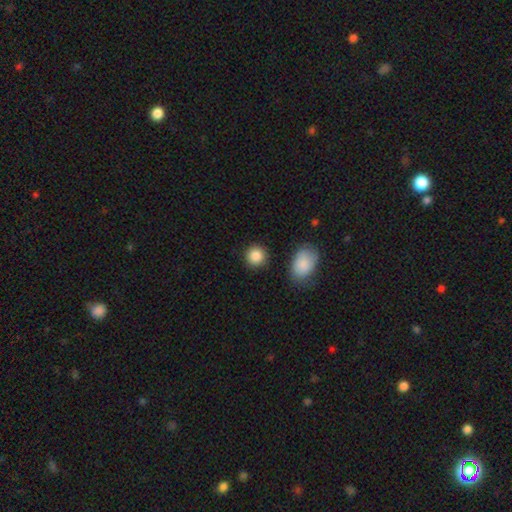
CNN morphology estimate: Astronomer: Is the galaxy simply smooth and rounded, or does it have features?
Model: smooth — 87%.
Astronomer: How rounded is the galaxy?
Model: round — 89%.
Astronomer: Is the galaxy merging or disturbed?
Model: none — 86%.